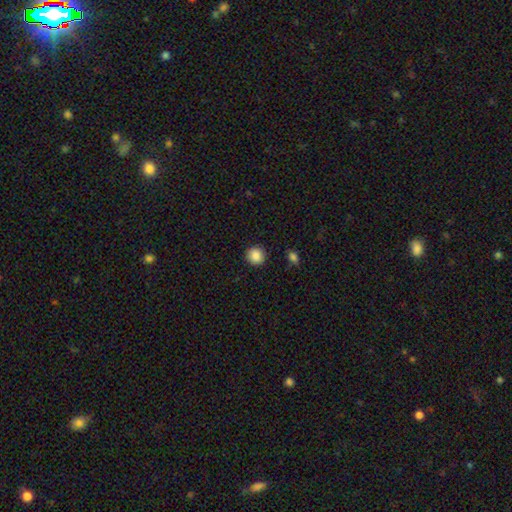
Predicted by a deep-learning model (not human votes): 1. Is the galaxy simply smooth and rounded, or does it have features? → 88% smooth, 9% star or artifact, 4% featured or disk.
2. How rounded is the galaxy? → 92% round, 7% in between, 1% cigar-shaped.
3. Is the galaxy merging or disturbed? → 90% none, 6% minor disturbance, 2% major disturbance, 1% merger.